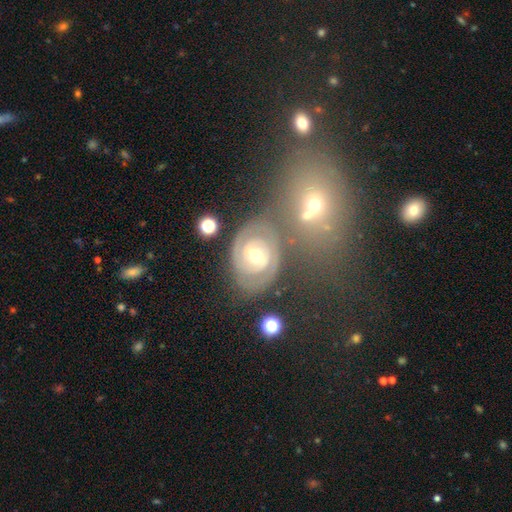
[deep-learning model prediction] Smooth or featured?
  - featured or disk: 83% *
  - smooth: 9%
  - star or artifact: 7%
Edge-on disk?
  - no: 97% *
  - yes: 3%
Bar?
  - no: 50% *
  - weak: 38%
  - strong: 13%
Spiral arms?
  - yes: 93% *
  - no: 7%
Spiral winding?
  - tight: 74% *
  - medium: 22%
  - loose: 4%
Spiral arm count?
  - 2: 69% *
  - can't tell: 14%
  - 3: 9%
  - 1: 4%
  - 4: 3%
  - more than 4: 2%
Bulge size?
  - moderate: 65% *
  - small: 29%
  - large: 4%
  - none: 1%
  - dominant: 1%
Merging?
  - none: 70% *
  - minor disturbance: 15%
  - merger: 9%
  - major disturbance: 7%